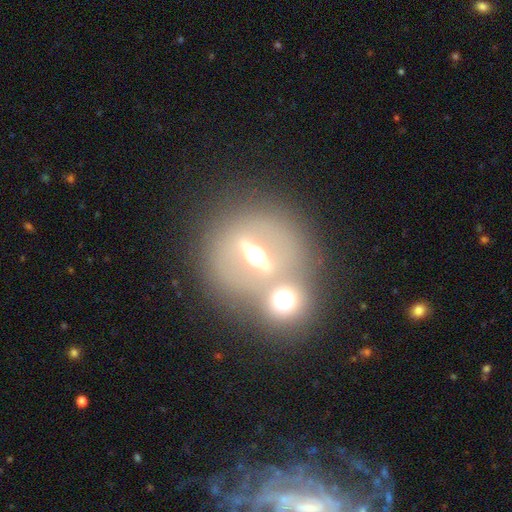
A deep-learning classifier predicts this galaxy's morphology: A featured or disk galaxy (57%). Merging: merger (46%).